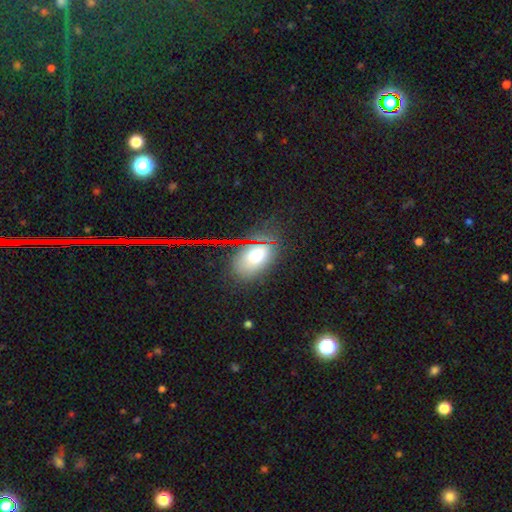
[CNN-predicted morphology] smooth-or-featured: smooth: 66% | star or artifact: 20% | featured or disk: 14%
  how-rounded: in between: 77% | round: 20% | cigar-shaped: 2%
  merging: none: 75% | minor disturbance: 15% | major disturbance: 6% | merger: 3%